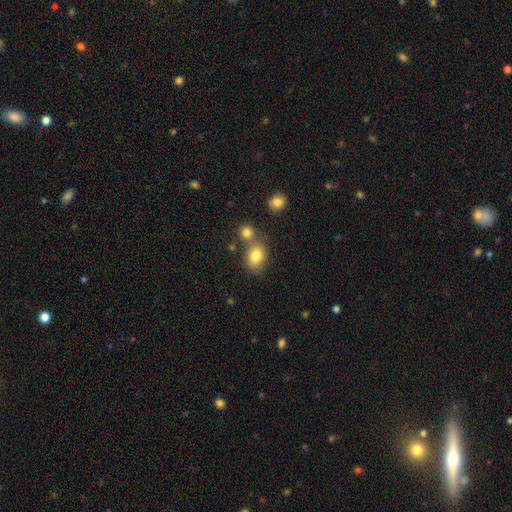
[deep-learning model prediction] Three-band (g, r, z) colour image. It shows a smooth galaxy with no disk features (81%) that is in between round and cigar-shaped (63%). Merging: none (58%).